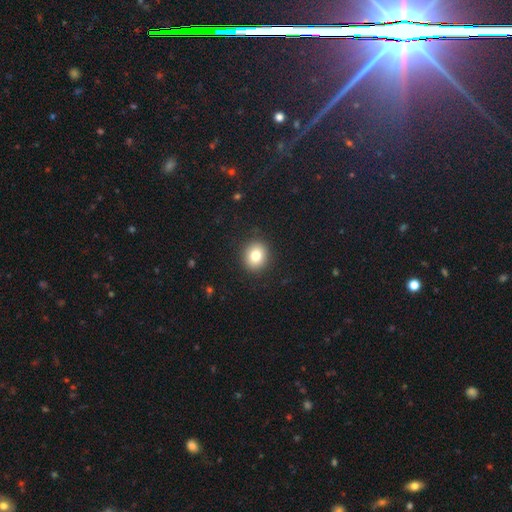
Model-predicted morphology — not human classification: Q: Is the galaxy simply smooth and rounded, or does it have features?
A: smooth — 80%.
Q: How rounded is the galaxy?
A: round — 74%.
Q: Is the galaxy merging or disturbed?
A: none — 90%.